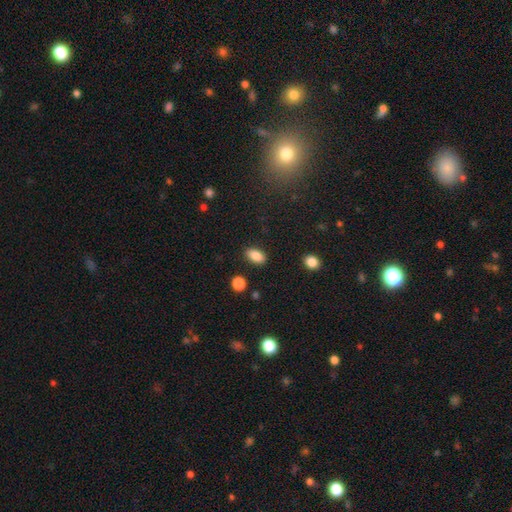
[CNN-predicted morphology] A smooth galaxy with no disk features (87%) that is in between round and cigar-shaped (90%).

Vote fractions:
- Smooth or featured? smooth: 87% / star or artifact: 8% / featured or disk: 5%
- How rounded? in between: 90% / round: 6% / cigar-shaped: 3%
- Merging? none: 87% / minor disturbance: 9% / major disturbance: 2% / merger: 2%